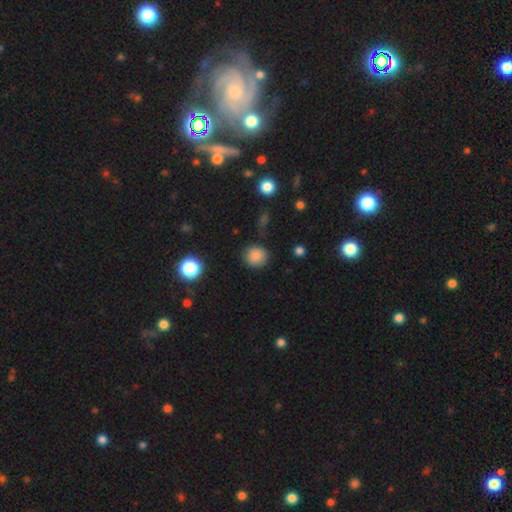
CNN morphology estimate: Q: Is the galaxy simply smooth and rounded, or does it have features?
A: smooth — 84%.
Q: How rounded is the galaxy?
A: round — 89%.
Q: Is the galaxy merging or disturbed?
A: none — 84%.